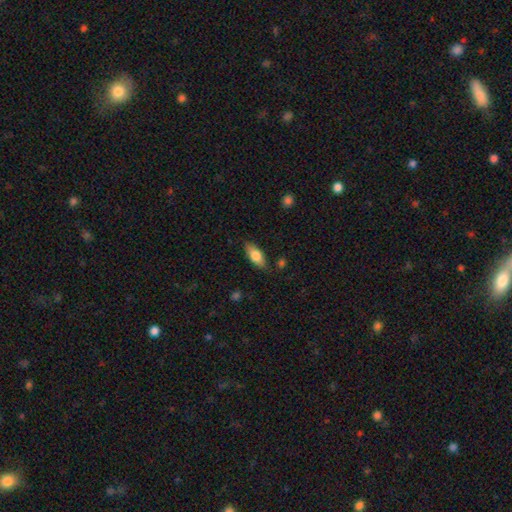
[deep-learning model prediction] A smooth galaxy with no disk features (76%) that is in between round and cigar-shaped (81%).

Vote fractions:
- Smooth or featured? smooth: 76% / featured or disk: 17% / star or artifact: 7%
- How rounded? in between: 81% / cigar-shaped: 16% / round: 3%
- Merging? none: 81% / minor disturbance: 14% / major disturbance: 3% / merger: 2%